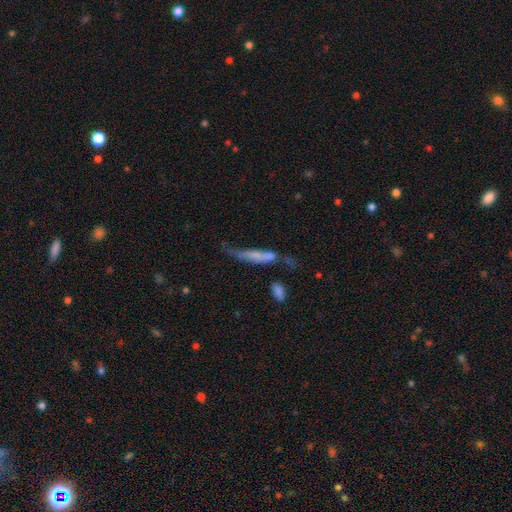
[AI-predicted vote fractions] This is possibly a smooth galaxy (54%). How rounded: clearly cigar-shaped (82%). Merging: marginally none (28%).